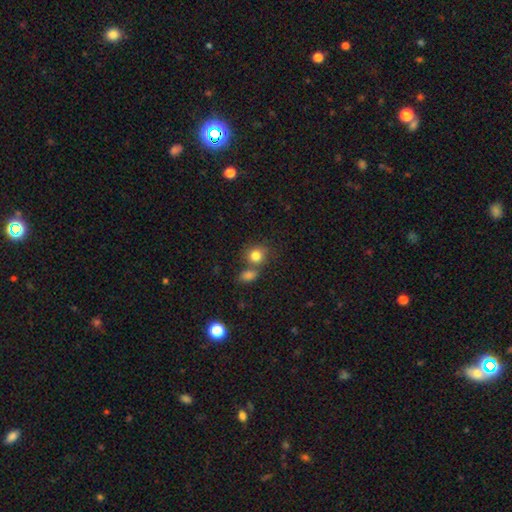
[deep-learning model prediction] A smooth galaxy with no disk features (82%) that is round (76%).

Vote fractions:
- Smooth or featured? smooth: 82% / star or artifact: 11% / featured or disk: 7%
- How rounded? round: 76% / in between: 22% / cigar-shaped: 1%
- Merging? none: 54% / merger: 31% / minor disturbance: 11% / major disturbance: 4%